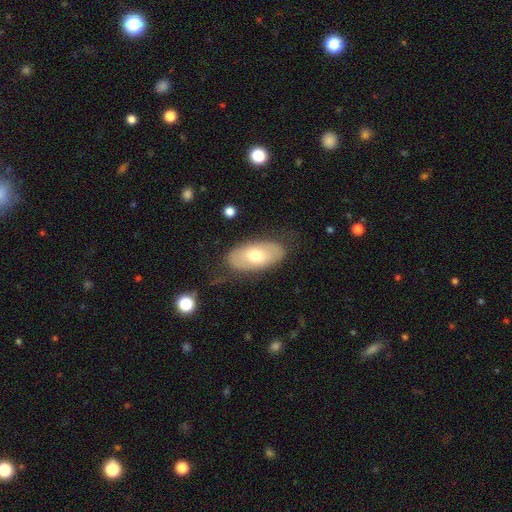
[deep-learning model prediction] Overall: smooth (60%; featured or disk 34%). How rounded: in between (92%). Merging: none (77%).